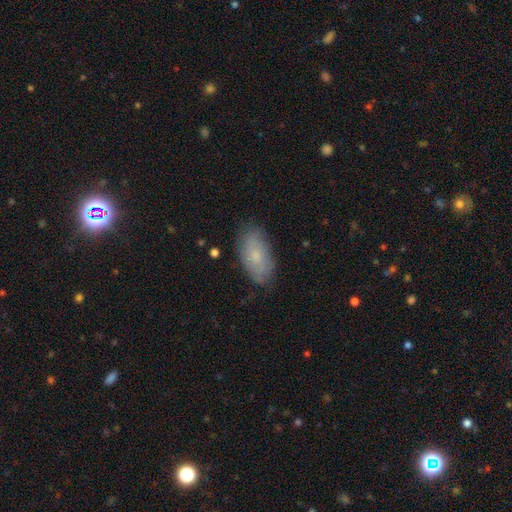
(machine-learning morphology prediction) Smooth or featured? smooth (67%)
How rounded? in between (93%)
Merging? none (77%)